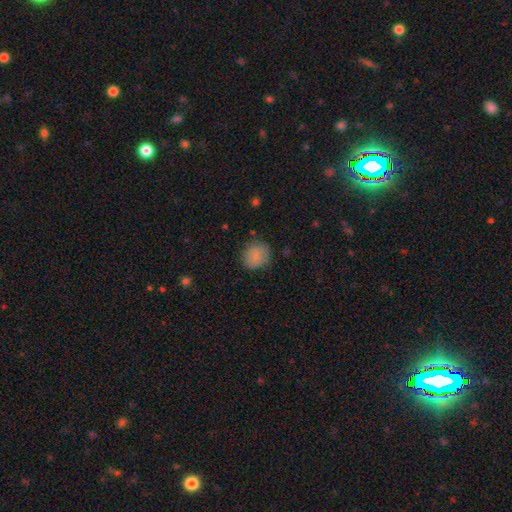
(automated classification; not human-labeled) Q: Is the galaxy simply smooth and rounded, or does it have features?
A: smooth — 83%.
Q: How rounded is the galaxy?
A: round — 72%.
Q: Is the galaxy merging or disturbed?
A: none — 79%.